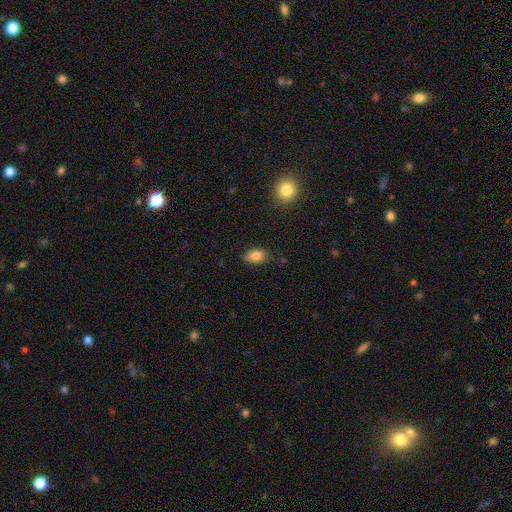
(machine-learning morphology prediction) smooth_or_featured: smooth (p=0.84) [alt: star or artifact p=0.09]
how_rounded: in between (p=0.82) [alt: round p=0.17]
merging: none (p=0.84) [alt: minor disturbance p=0.12]